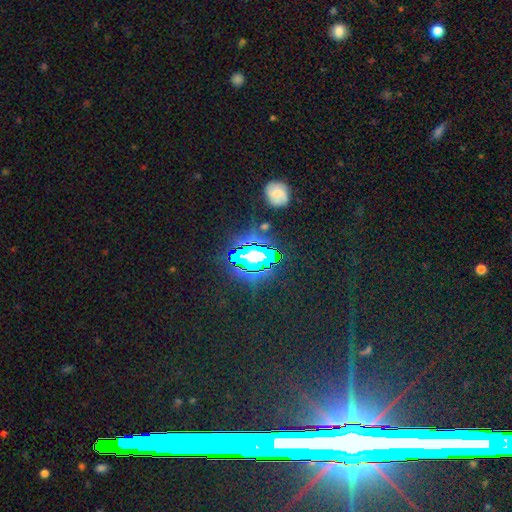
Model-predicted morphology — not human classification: The model was most divided on "smooth or featured": star or artifact: 75%, smooth: 15%, featured or disk: 10%.